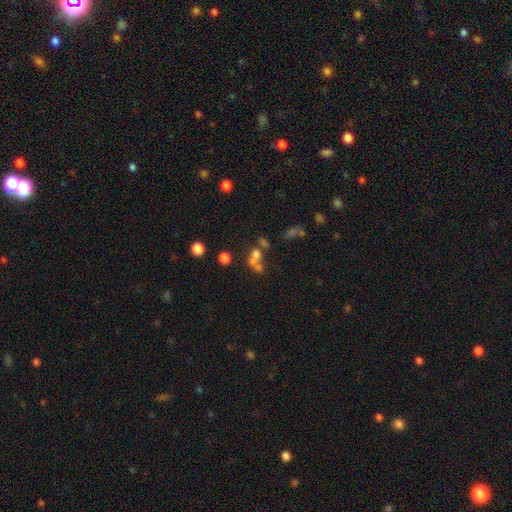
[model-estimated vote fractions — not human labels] This appears to be a smooth galaxy with no disk features (59%) that is round (66%). Merging: merger (53%).